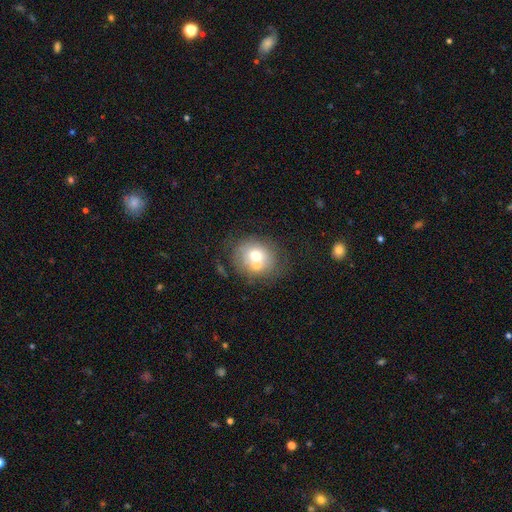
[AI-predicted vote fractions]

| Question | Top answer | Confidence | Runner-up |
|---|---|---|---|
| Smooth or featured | smooth | 62% | featured or disk (27%) |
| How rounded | round | 72% | in between (27%) |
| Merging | none | 50% | merger (28%) |